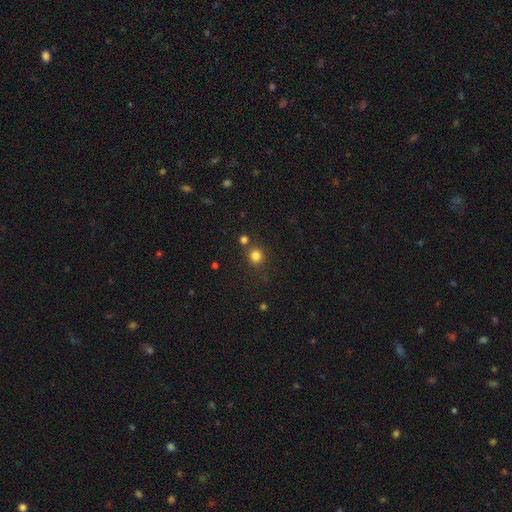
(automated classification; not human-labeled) A smooth galaxy with no disk features (80%) that is round (87%).

Vote fractions:
- Smooth or featured? smooth: 80% / star or artifact: 14% / featured or disk: 5%
- How rounded? round: 87% / in between: 12% / cigar-shaped: 1%
- Merging? none: 75% / merger: 13% / minor disturbance: 9% / major disturbance: 4%